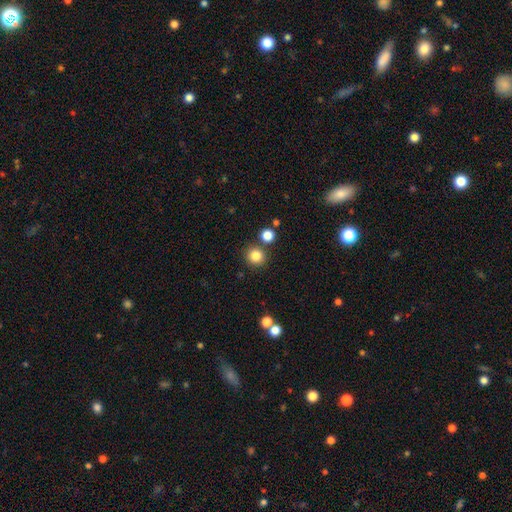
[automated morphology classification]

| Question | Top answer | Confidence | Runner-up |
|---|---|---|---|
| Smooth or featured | smooth | 83% | star or artifact (12%) |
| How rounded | round | 92% | in between (7%) |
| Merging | none | 82% | merger (9%) |